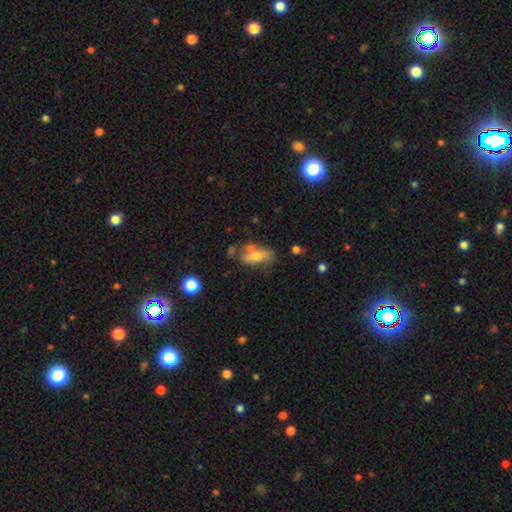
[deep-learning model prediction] This appears to be a smooth galaxy with no disk features (47%). Merging: none (50%).